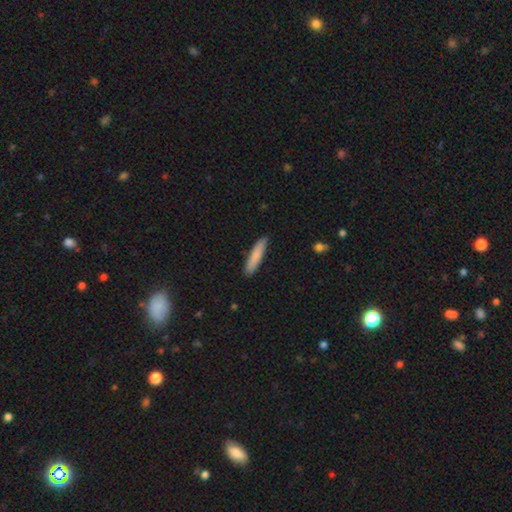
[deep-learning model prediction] smooth_or_featured: smooth (p=0.82) [alt: featured or disk p=0.12]
how_rounded: cigar-shaped (p=0.87) [alt: in between p=0.12]
merging: none (p=0.87) [alt: minor disturbance p=0.10]